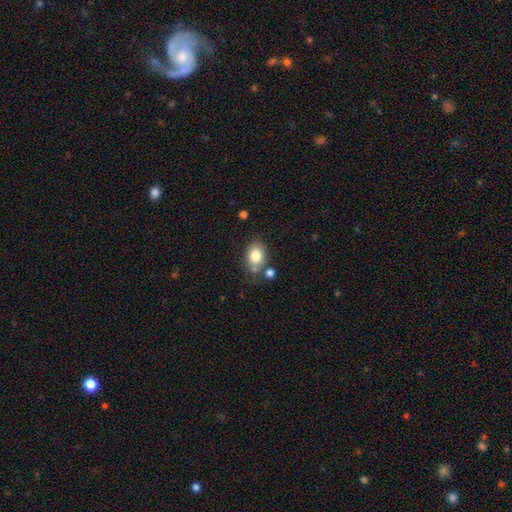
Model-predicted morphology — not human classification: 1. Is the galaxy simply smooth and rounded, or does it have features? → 81% smooth, 10% featured or disk, 9% star or artifact.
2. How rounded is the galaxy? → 56% in between, 43% round, 1% cigar-shaped.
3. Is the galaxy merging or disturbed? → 64% none, 17% minor disturbance, 15% merger, 5% major disturbance.